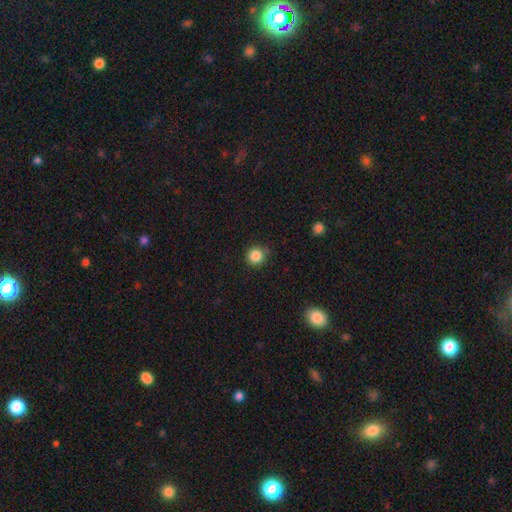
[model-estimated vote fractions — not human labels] smooth_or_featured: smooth (p=0.86) [alt: star or artifact p=0.11]
how_rounded: round (p=0.92) [alt: in between p=0.07]
merging: none (p=0.86) [alt: minor disturbance p=0.10]